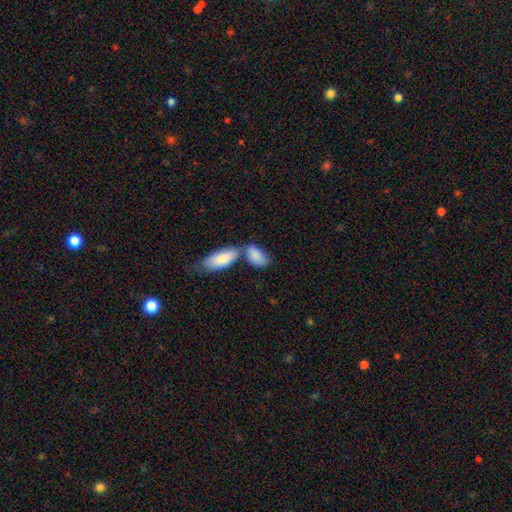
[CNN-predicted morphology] smooth_or_featured: smooth (p=0.84) [alt: featured or disk p=0.11]
how_rounded: in between (p=0.90) [alt: cigar-shaped p=0.06]
merging: merger (p=0.44) [alt: none p=0.37]